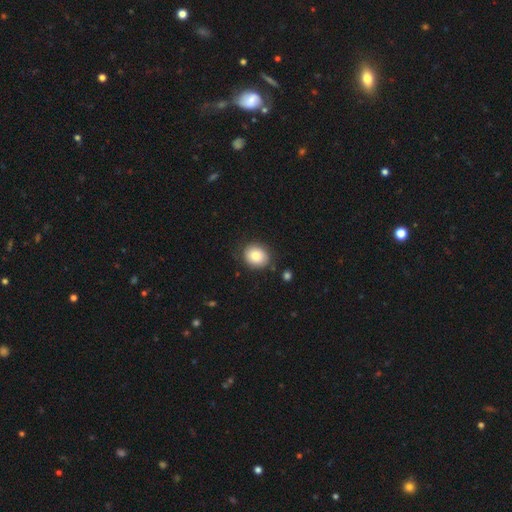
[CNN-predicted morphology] type=smooth (81%); roundness=round (70%); merging=none (80%).